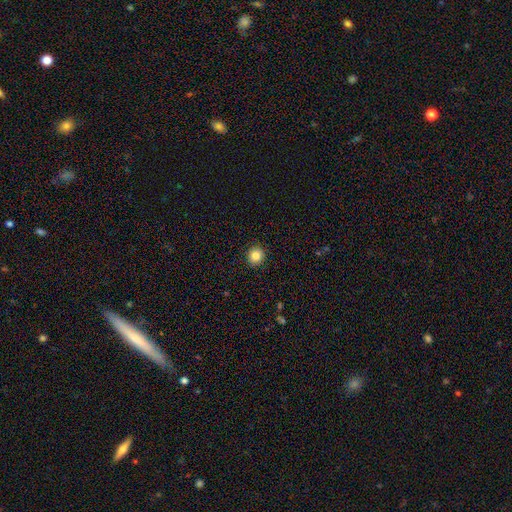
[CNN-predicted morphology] Overall: smooth (84%). How rounded: round (89%). Merging: none (92%).